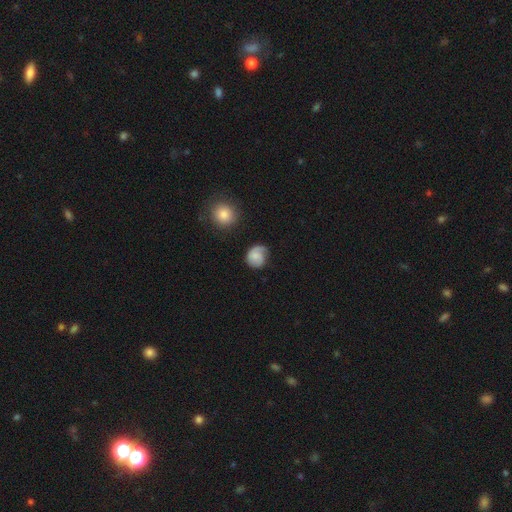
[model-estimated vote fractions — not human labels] Smooth or featured: smooth — 49% (featured or disk — 43%)
Merging: none — 60% (minor disturbance — 26%)